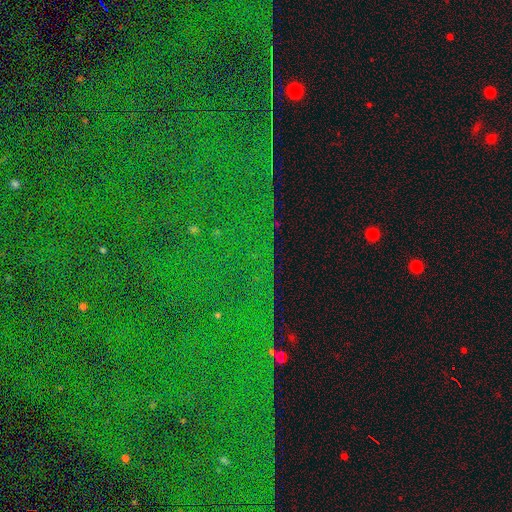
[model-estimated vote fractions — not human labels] Smooth or featured: star or artifact — 86% (featured or disk — 7%)